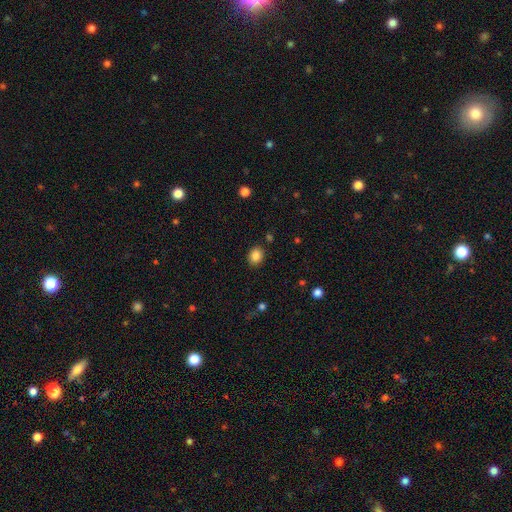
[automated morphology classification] A smooth galaxy with no disk features (86%) that is round (60%).

Vote fractions:
- Smooth or featured? smooth: 86% / star or artifact: 10% / featured or disk: 5%
- How rounded? round: 60% / in between: 39% / cigar-shaped: 1%
- Merging? none: 87% / minor disturbance: 8% / major disturbance: 3% / merger: 2%